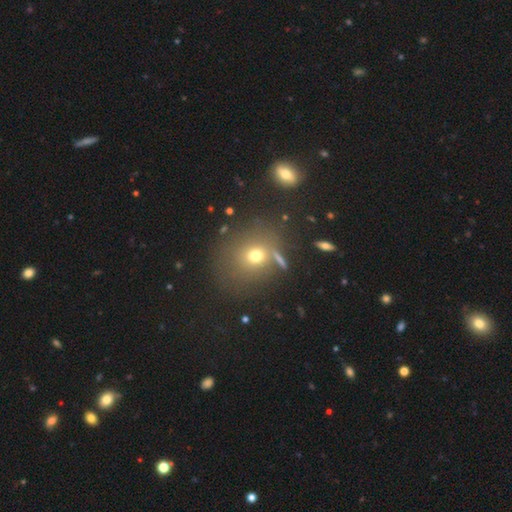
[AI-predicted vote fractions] A smooth galaxy with no disk features (65%) that is round (73%). Merging: none (70%).